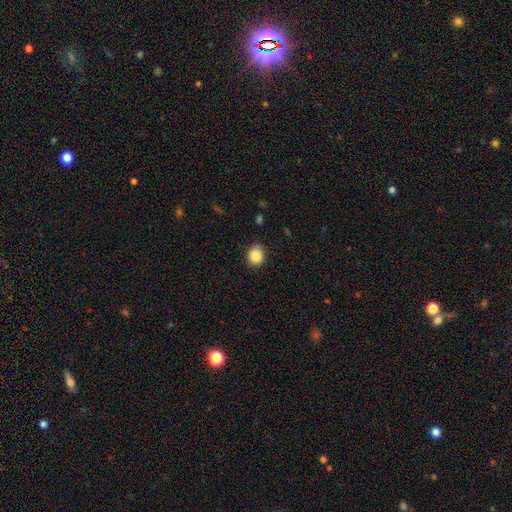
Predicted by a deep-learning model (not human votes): Overall: smooth (86%). How rounded: round (69%; in between 30%). Merging: none (85%).